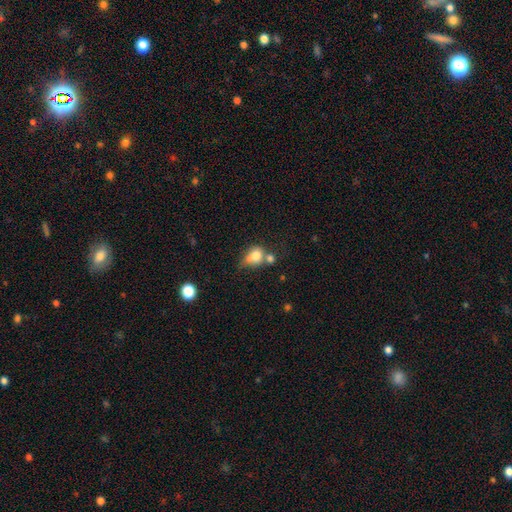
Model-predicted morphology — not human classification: smooth 75%, featured or disk 15%, star or artifact 10%. Down the decision tree: how rounded — round (55%); merging — merger (37%).